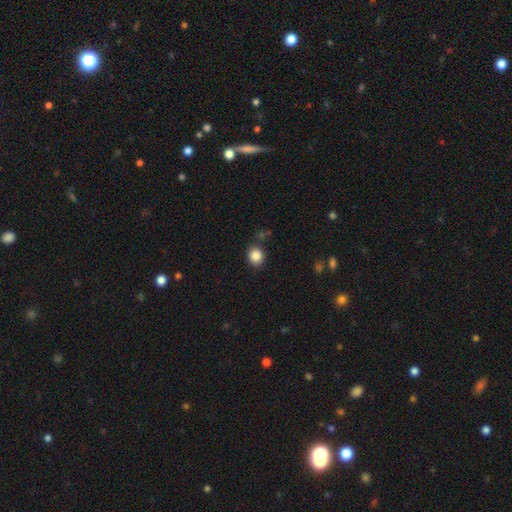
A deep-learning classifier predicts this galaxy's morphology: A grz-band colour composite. It shows a smooth galaxy with no disk features (87%) that is round (73%). Merging: none (82%).